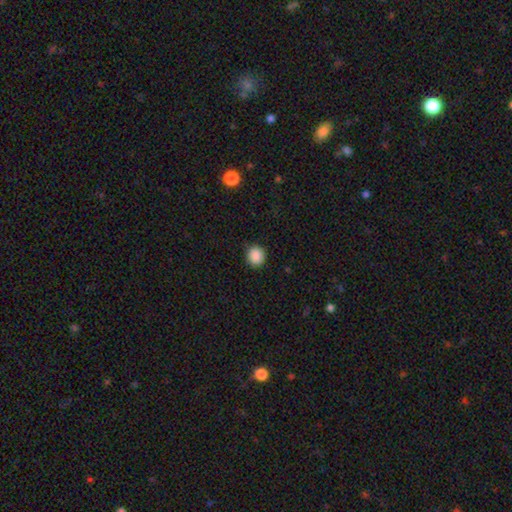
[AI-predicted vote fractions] smooth-or-featured: smooth: 89% | star or artifact: 9% | featured or disk: 2%
  how-rounded: round: 87% | in between: 12% | cigar-shaped: 1%
  merging: none: 89% | minor disturbance: 7% | major disturbance: 2% | merger: 1%